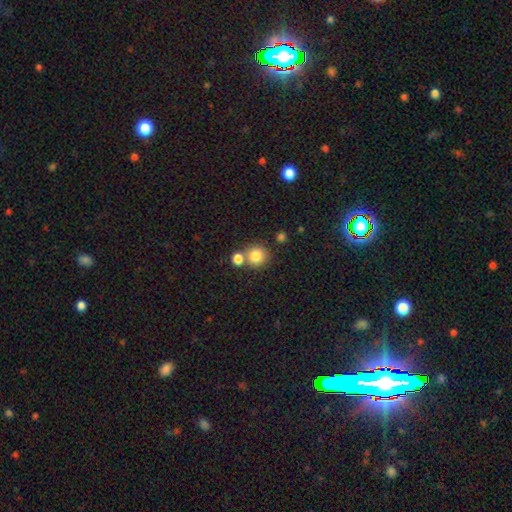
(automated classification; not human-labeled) This appears to be a smooth galaxy with no disk features (82%) that is round (89%). Merging: none (59%).